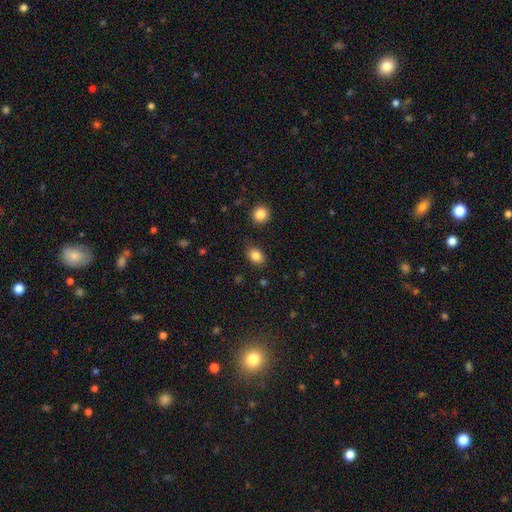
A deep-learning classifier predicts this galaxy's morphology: Overall: smooth (85%). How rounded: in between (70%). Merging: none (82%).